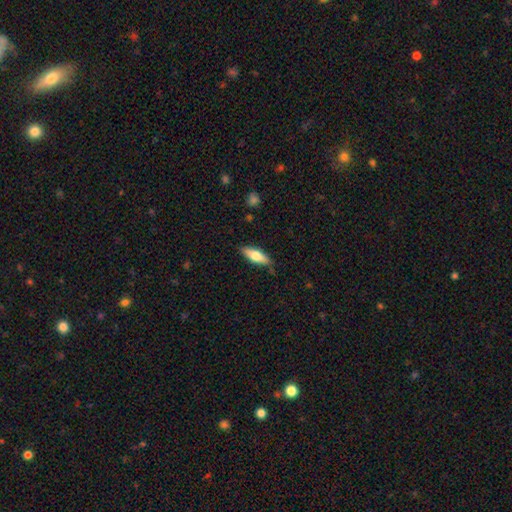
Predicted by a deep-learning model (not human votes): smooth_or_featured: smooth (p=0.68) [alt: featured or disk p=0.26]
how_rounded: in between (p=0.60) [alt: cigar-shaped p=0.38]
merging: none (p=0.83) [alt: minor disturbance p=0.13]